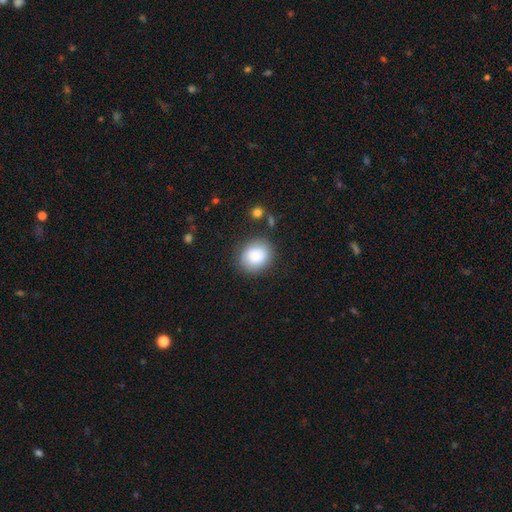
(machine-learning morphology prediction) Smooth or featured? Predicted: smooth (p=0.84). How rounded? Predicted: round (p=0.70). Merging? Predicted: none (p=0.81).